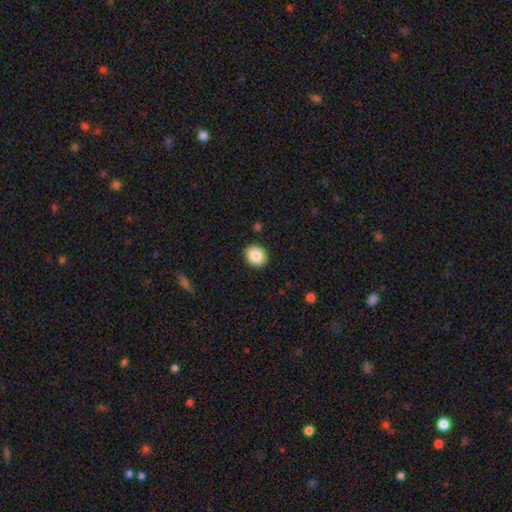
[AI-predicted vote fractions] The model was most divided on "how rounded": round: 70%, in between: 30%, cigar-shaped: 1%. More confident: merging — none (90%); smooth or featured — smooth (86%).